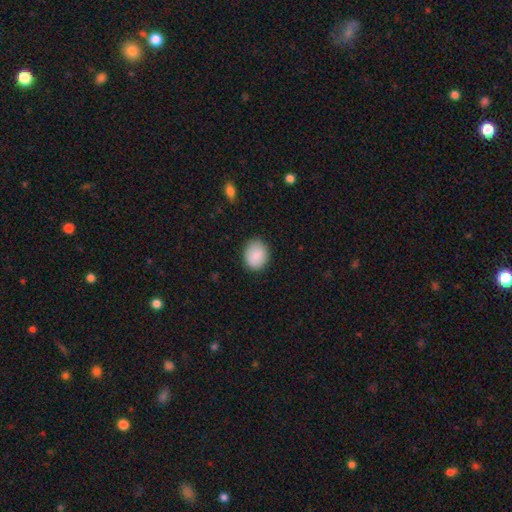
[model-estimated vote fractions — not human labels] A smooth galaxy with no disk features (88%) that is round (62%). Merging: none (86%).